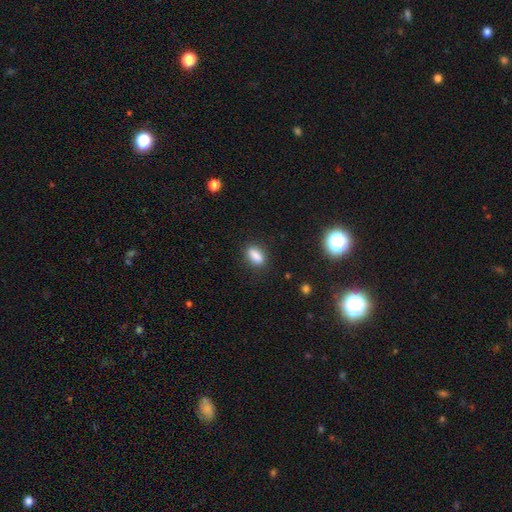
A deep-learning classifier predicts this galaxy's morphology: This is clearly a smooth galaxy (85%). How rounded: likely in between (78%). Merging: clearly none (84%).